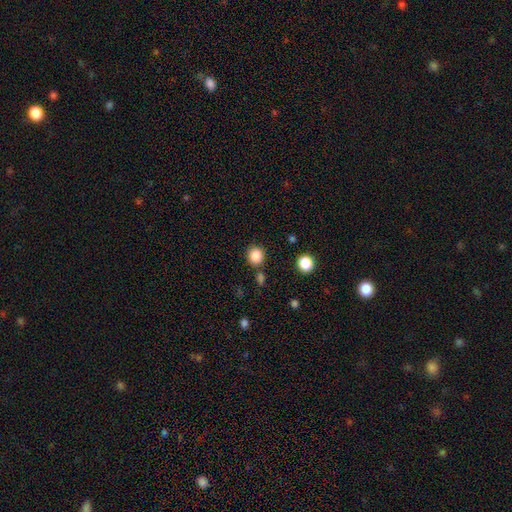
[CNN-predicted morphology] The model was most divided on "merging": none: 79%, minor disturbance: 10%, merger: 7%, major disturbance: 3%. More confident: how rounded — round (88%); smooth or featured — smooth (86%).